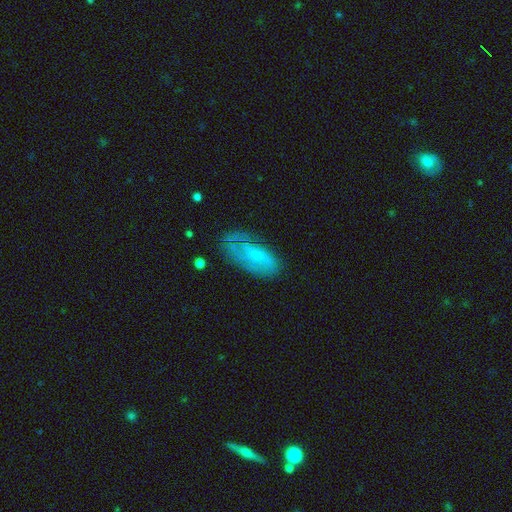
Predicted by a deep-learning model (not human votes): Overall: smooth (48%; featured or disk 43%). Merging: none (51%; minor disturbance 28%).